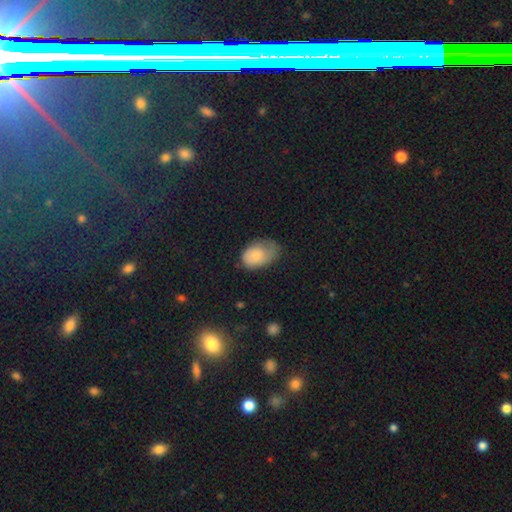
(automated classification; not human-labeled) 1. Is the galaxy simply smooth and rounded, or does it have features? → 77% smooth, 15% featured or disk, 7% star or artifact.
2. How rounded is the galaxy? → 86% in between, 12% round, 1% cigar-shaped.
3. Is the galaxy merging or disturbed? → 39% minor disturbance, 38% none, 21% major disturbance, 2% merger.